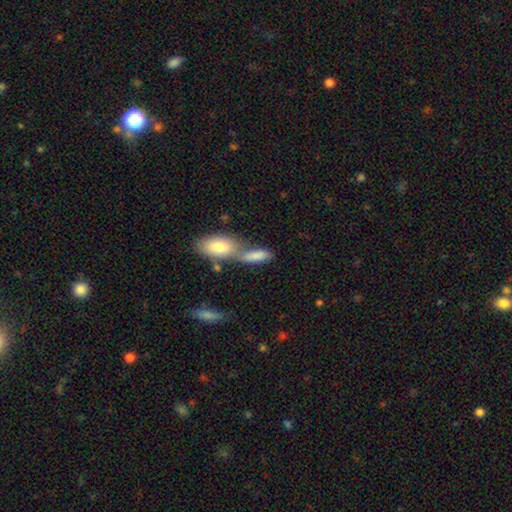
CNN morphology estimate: smooth 80%, featured or disk 12%, star or artifact 8%. Down the decision tree: how rounded — in between (70%); merging — merger (52%).